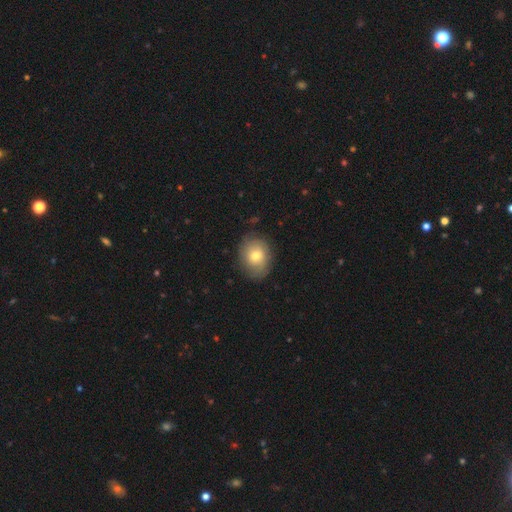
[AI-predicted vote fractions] This is likely a smooth galaxy (71%). How rounded: possibly round (57%). Merging: likely none (77%).